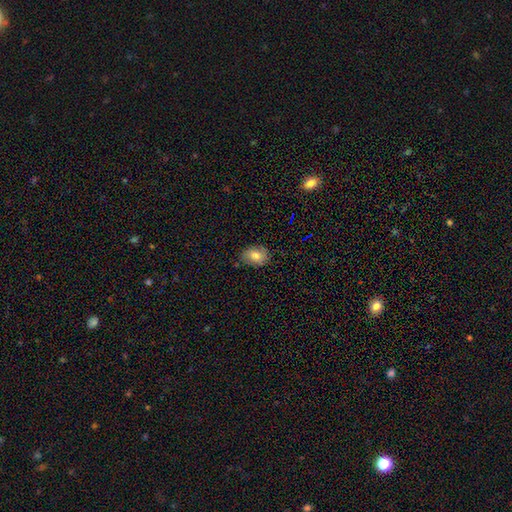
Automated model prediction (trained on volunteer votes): Smooth or featured? smooth (74%)
How rounded? in between (68%)
Merging? none (77%)